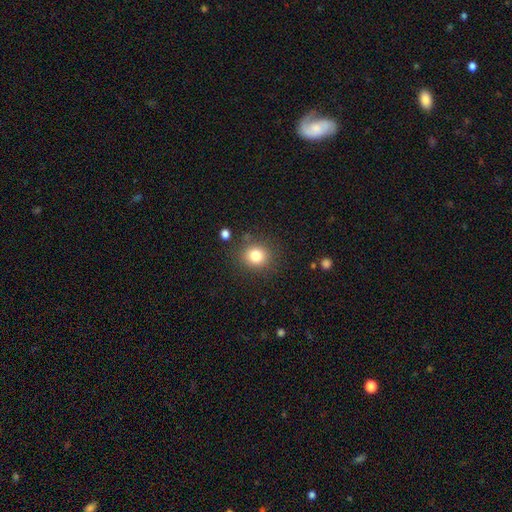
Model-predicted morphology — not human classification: Q: Smooth or featured?
A: smooth (81%); runner-up: star or artifact (12%)
Q: How rounded?
A: round (82%); runner-up: in between (17%)
Q: Merging?
A: none (84%); runner-up: minor disturbance (9%)